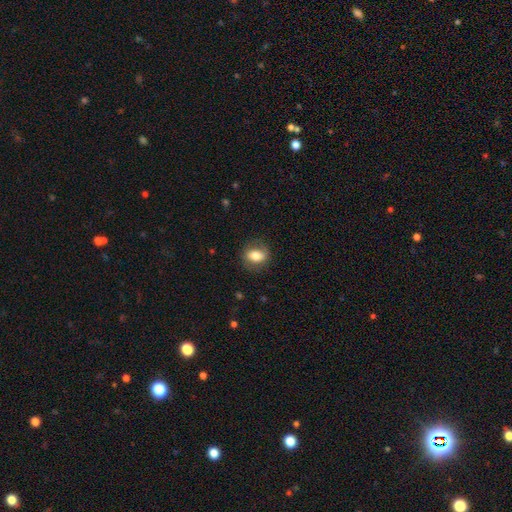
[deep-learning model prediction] This appears to be a smooth galaxy with no disk features (71%) that is in between round and cigar-shaped (57%). Merging: none (79%).